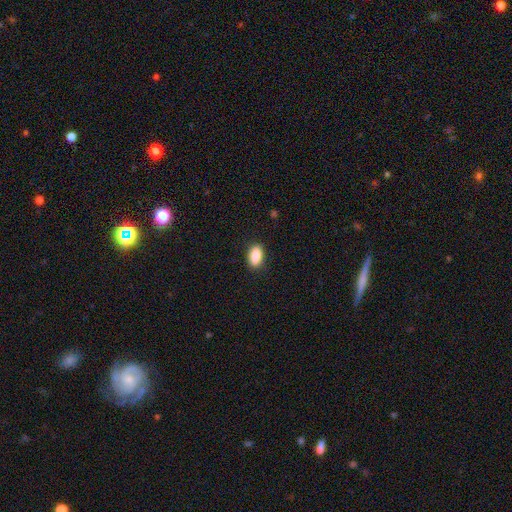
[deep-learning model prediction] Smooth or featured? smooth (89%)
How rounded? in between (91%)
Merging? none (88%)